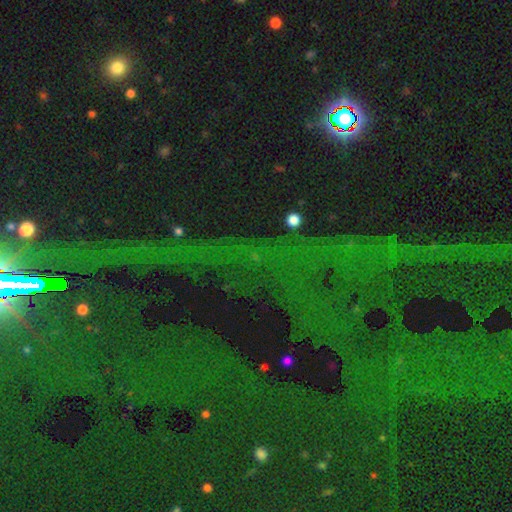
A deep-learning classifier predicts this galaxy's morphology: This is clearly a star or artifact rather than a galaxy (82%).